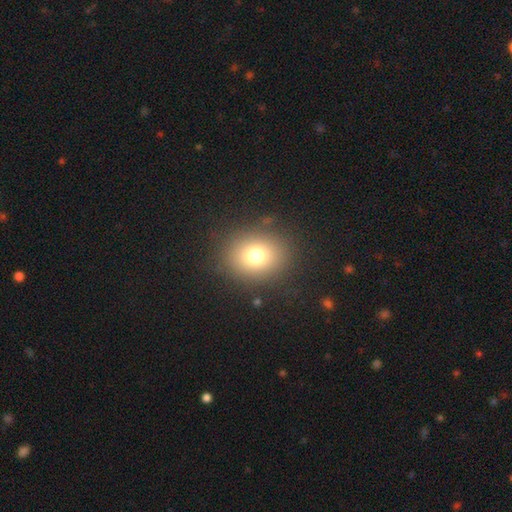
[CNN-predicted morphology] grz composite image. It shows a smooth galaxy with no disk features (74%) that is round (69%). Merging: none (85%).